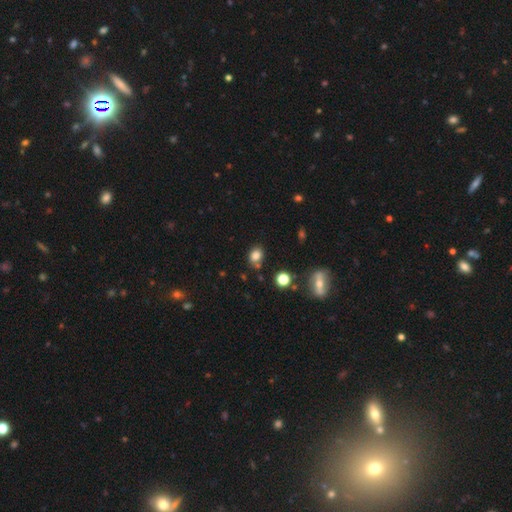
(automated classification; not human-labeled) smooth 79%, star or artifact 13%, featured or disk 7%. Down the decision tree: how rounded — in between (52%); merging — none (69%).